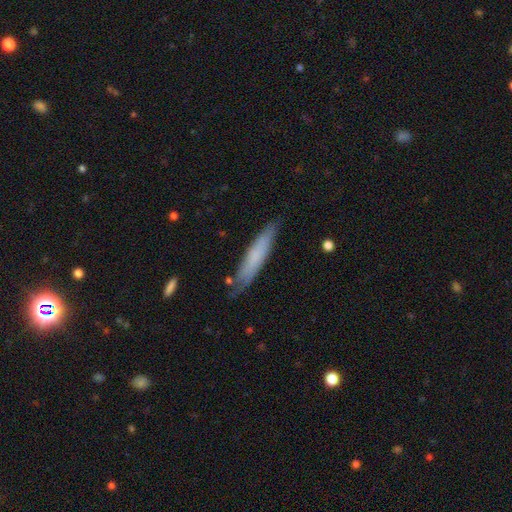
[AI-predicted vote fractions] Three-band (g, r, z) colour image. It shows a smooth galaxy with no disk features (67%) that is cigar-shaped (86%). Merging: none (76%).